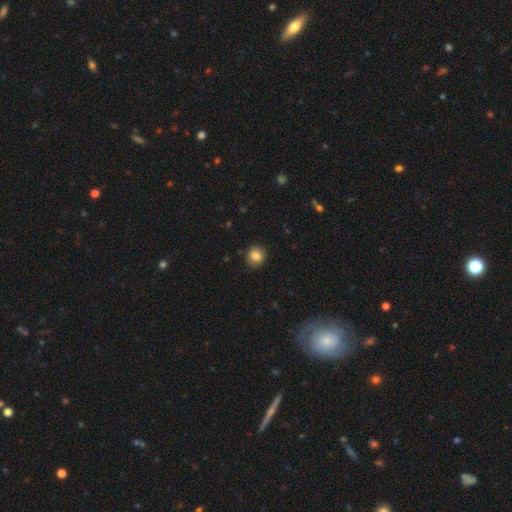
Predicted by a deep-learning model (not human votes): Overall: smooth (85%). How rounded: round (87%). Merging: none (90%).